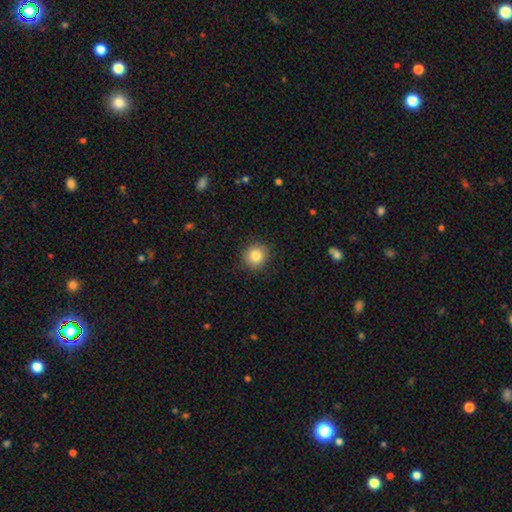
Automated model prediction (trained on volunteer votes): This appears to be a smooth galaxy with no disk features (84%) that is round (89%). Merging: none (89%).